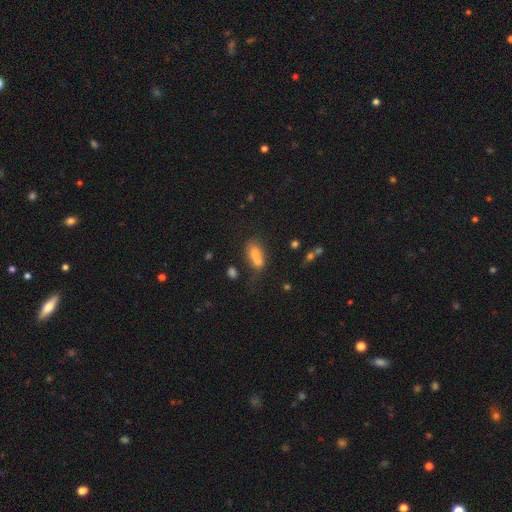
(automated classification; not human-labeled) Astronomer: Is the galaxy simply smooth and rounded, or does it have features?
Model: smooth — 69%.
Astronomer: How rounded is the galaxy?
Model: in between — 75%.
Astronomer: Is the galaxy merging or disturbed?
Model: merger — 59%.